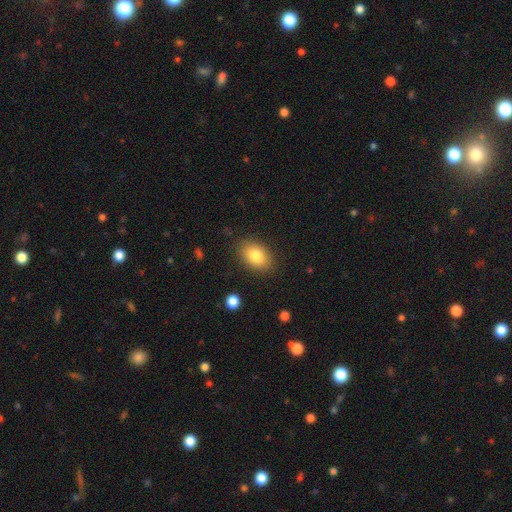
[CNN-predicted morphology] Smooth or featured: smooth — 82% (featured or disk — 10%)
How rounded: in between — 82% (round — 17%)
Merging: none — 85% (minor disturbance — 11%)